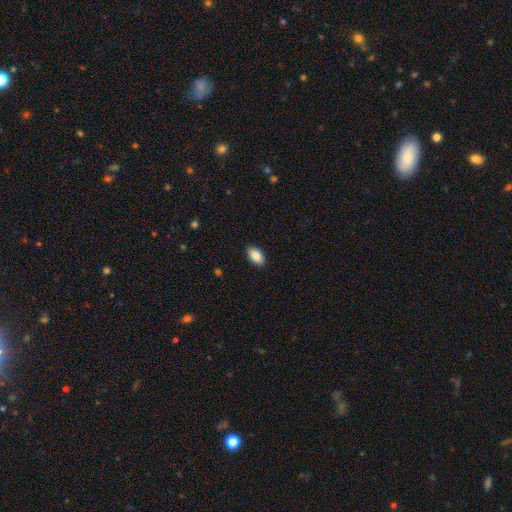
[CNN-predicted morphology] type=smooth (87%); roundness=in between (93%); merging=none (90%).